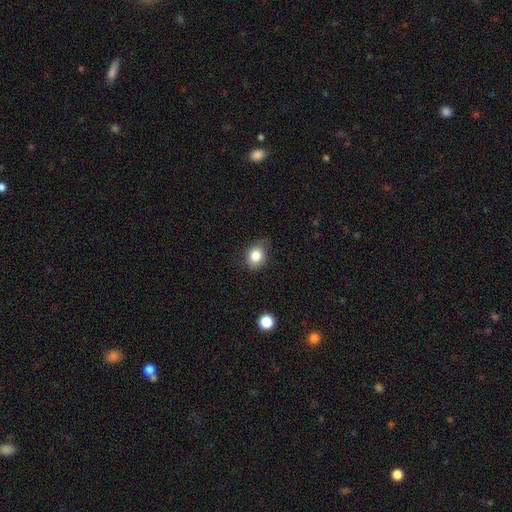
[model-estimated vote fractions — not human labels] Morphology: type=smooth (82%); roundness=in between (57%); merging=none (69%).